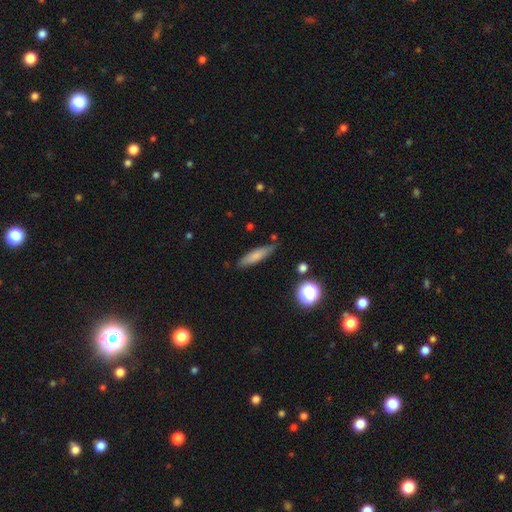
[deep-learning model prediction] The model was most divided on "how rounded": cigar-shaped: 75%, in between: 23%, round: 2%. More confident: merging — none (79%); smooth or featured — smooth (73%).